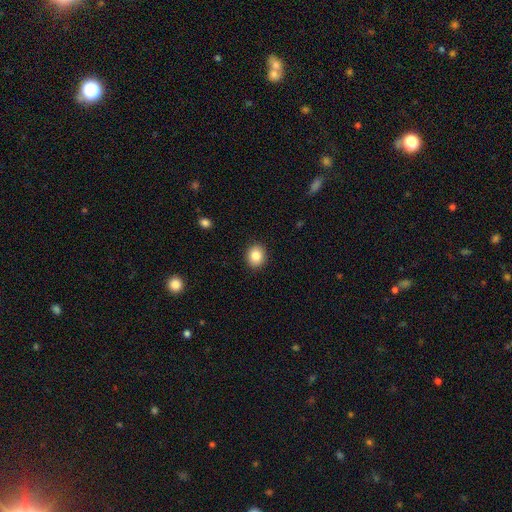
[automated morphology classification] A smooth galaxy with no disk features (85%) that is round (62%). Merging: none (90%).